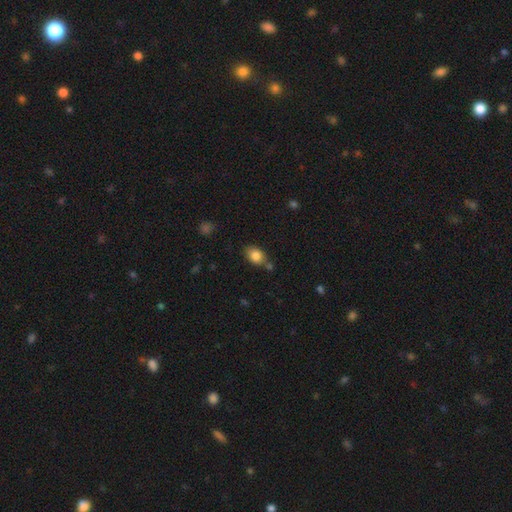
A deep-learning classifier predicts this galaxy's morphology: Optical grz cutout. It shows a smooth galaxy with no disk features (84%) that is in between round and cigar-shaped (69%). Merging: none (68%).